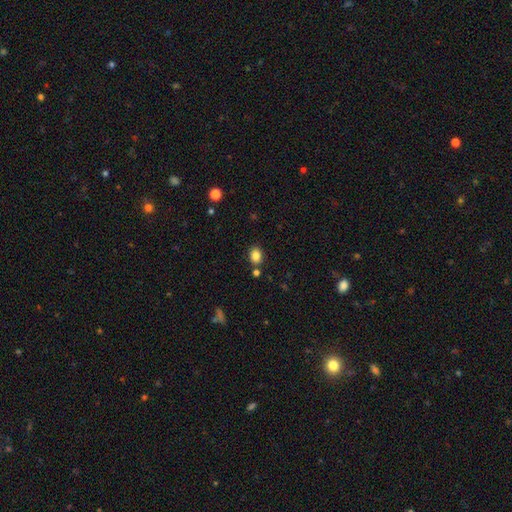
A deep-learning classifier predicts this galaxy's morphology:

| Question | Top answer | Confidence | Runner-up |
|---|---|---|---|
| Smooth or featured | smooth | 83% | star or artifact (11%) |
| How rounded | in between | 56% | round (43%) |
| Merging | none | 81% | minor disturbance (10%) |